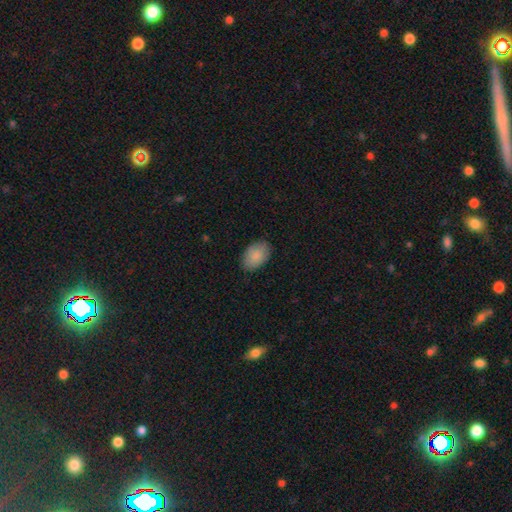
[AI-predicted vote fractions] Smooth or featured: smooth — 87% (featured or disk — 6%)
How rounded: in between — 91% (round — 8%)
Merging: none — 84% (minor disturbance — 12%)